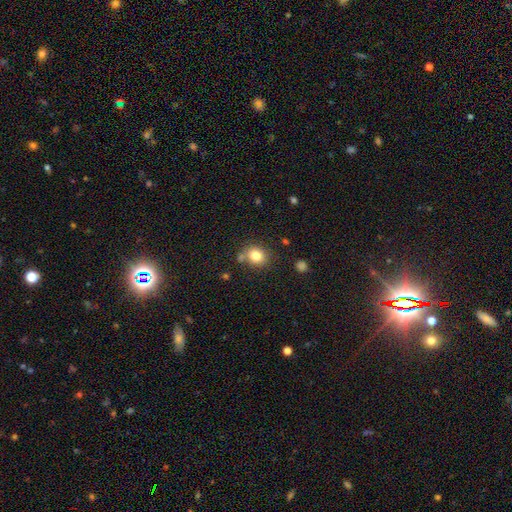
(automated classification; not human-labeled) A smooth galaxy with no disk features (81%) that is round (69%).

Vote fractions:
- Smooth or featured? smooth: 81% / star or artifact: 11% / featured or disk: 8%
- How rounded? round: 69% / in between: 30% / cigar-shaped: 1%
- Merging? none: 73% / minor disturbance: 13% / merger: 10% / major disturbance: 4%